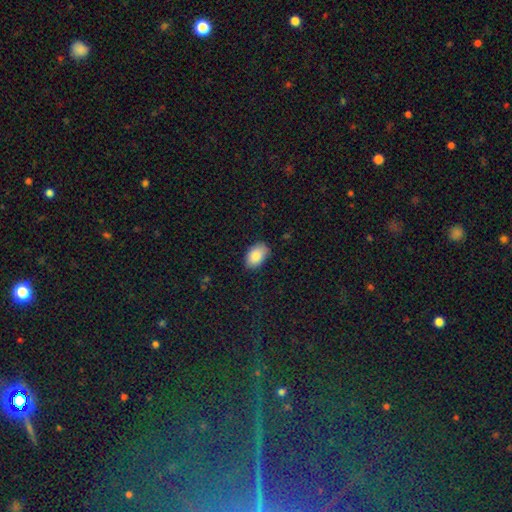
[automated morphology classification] Smooth or featured? Predicted: smooth (p=0.86). How rounded? Predicted: in between (p=0.90). Merging? Predicted: none (p=0.81).